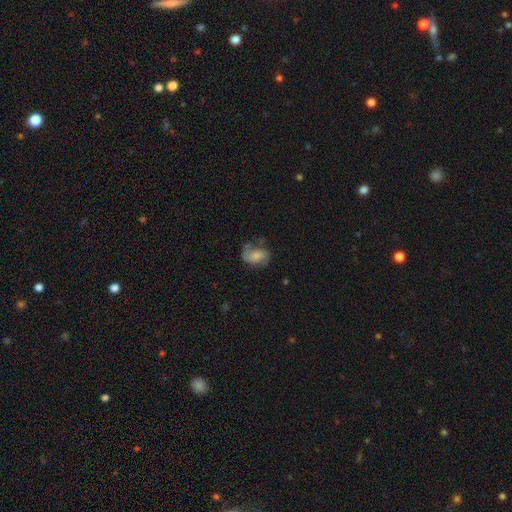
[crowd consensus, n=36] Smooth or featured? 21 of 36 (58%) said featured or disk. Edge-on disk? 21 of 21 (100%) said no. Bar? 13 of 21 (62%) said no. Spiral arms? 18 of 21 (86%) said yes. Spiral winding? 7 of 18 (39%, tied with loose) said medium. Spiral arm count? 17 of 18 (94%) said 2. Bulge size? 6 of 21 (29%, tied with small) said large. Merging? 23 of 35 (66%) said none.